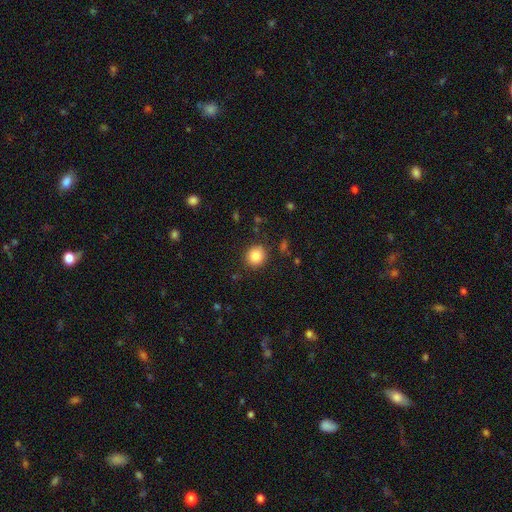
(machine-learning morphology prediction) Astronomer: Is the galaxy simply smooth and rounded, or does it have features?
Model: smooth — 84%.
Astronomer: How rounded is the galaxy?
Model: round — 84%.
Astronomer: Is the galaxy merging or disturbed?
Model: none — 88%.